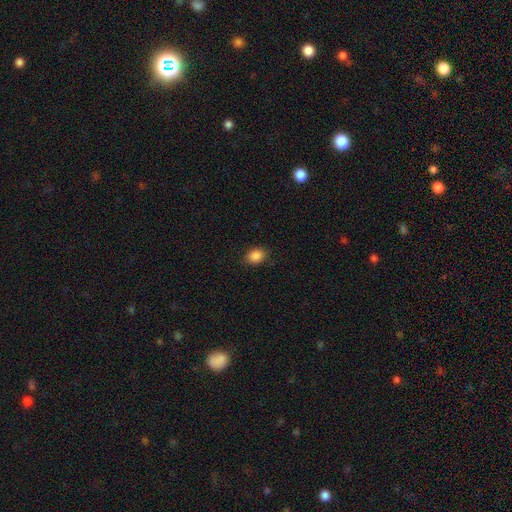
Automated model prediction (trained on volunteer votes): A smooth galaxy with no disk features (87%) that is in between round and cigar-shaped (59%).

Vote fractions:
- Smooth or featured? smooth: 87% / star or artifact: 10% / featured or disk: 4%
- How rounded? in between: 59% / round: 40% / cigar-shaped: 1%
- Merging? none: 85% / minor disturbance: 11% / major disturbance: 3% / merger: 1%